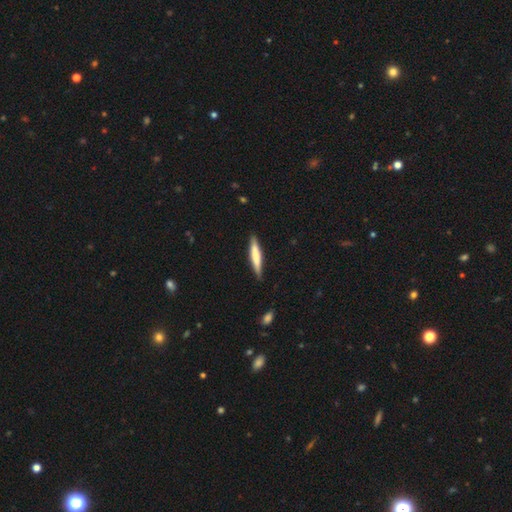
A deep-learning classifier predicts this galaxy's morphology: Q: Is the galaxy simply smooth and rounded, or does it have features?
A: smooth — 64%.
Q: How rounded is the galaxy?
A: cigar-shaped — 91%.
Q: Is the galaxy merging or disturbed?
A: none — 87%.